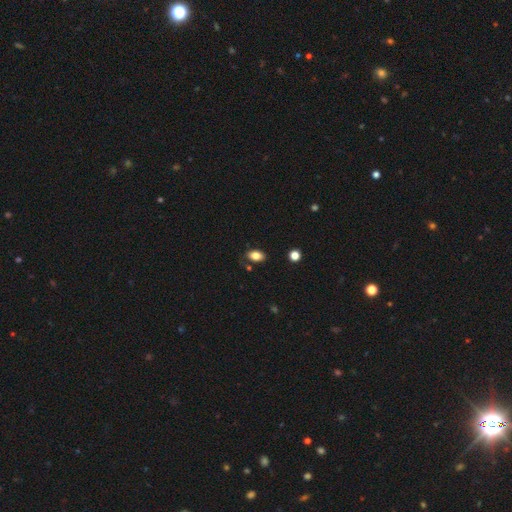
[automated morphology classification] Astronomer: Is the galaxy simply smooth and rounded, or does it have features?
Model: smooth — 83%.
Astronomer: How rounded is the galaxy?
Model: in between — 89%.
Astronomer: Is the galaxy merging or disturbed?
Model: none — 82%.